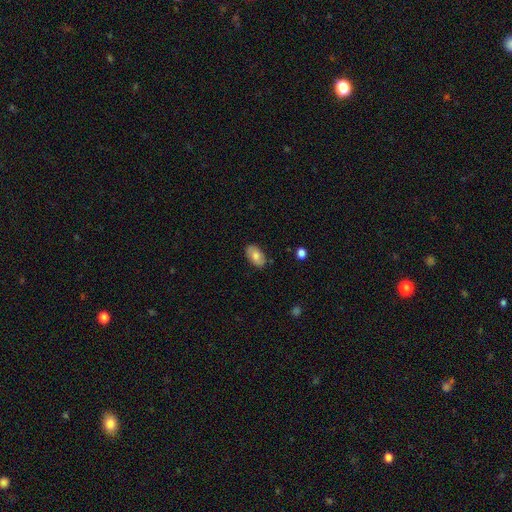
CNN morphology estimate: A smooth galaxy with no disk features (73%) that is in between round and cigar-shaped (94%). Merging: none (84%).